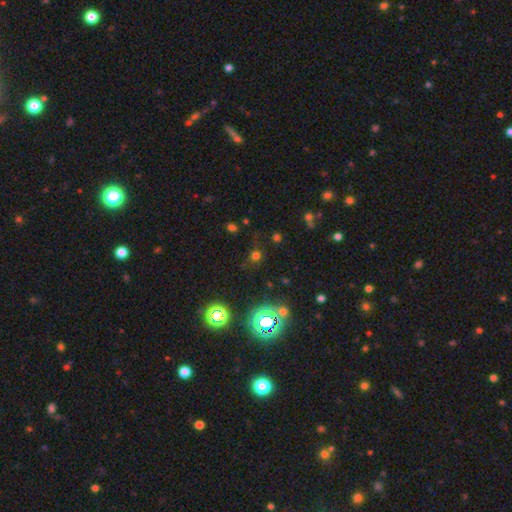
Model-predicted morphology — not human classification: Smooth or featured? smooth (47%)
Merging? none (75%)